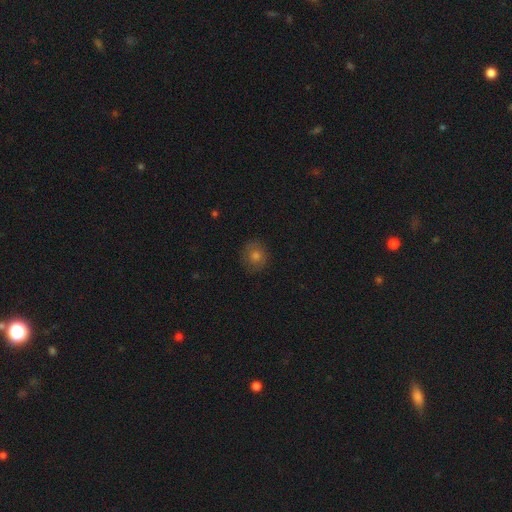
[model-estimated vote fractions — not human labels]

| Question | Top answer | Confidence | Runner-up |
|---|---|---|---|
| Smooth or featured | smooth | 67% | star or artifact (18%) |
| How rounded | round | 84% | in between (15%) |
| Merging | none | 86% | minor disturbance (11%) |